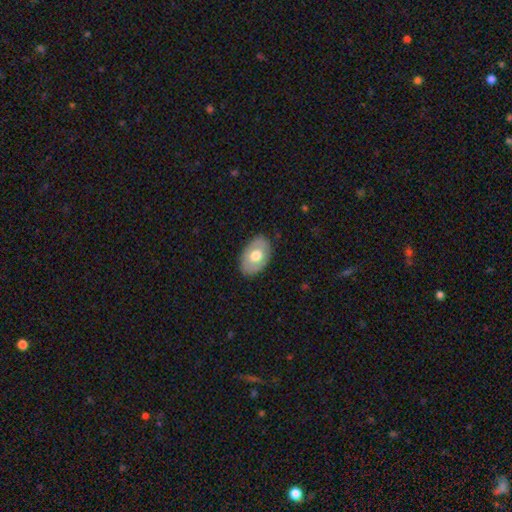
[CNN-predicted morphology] Smooth or featured: smooth — 58% (featured or disk — 36%)
How rounded: in between — 87% (round — 12%)
Merging: none — 83% (minor disturbance — 13%)